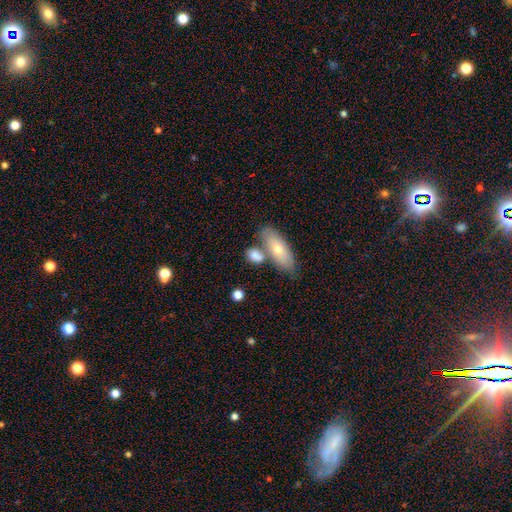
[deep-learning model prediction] Smooth or featured? smooth (74%)
How rounded? in between (71%)
Merging? none (48%)